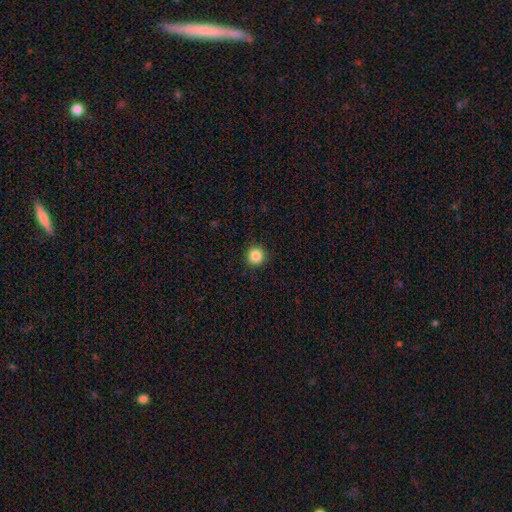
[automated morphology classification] type=smooth (86%); roundness=round (95%); merging=none (92%).